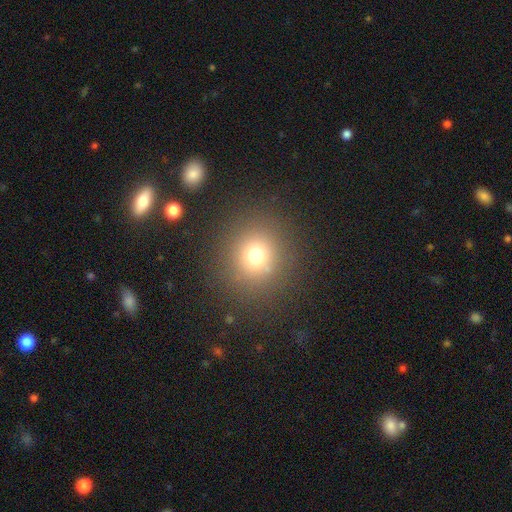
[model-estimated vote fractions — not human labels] The model was most divided on "smooth or featured": smooth: 72%, star or artifact: 18%, featured or disk: 10%. More confident: how rounded — round (90%); merging — none (86%).